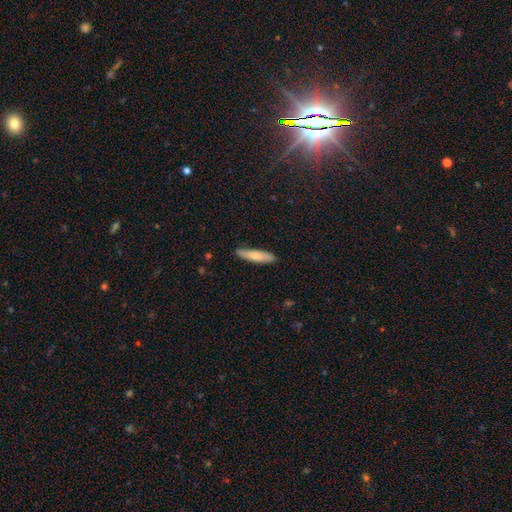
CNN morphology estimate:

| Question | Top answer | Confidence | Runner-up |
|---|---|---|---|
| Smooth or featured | smooth | 74% | featured or disk (21%) |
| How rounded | cigar-shaped | 80% | in between (18%) |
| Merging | none | 88% | minor disturbance (9%) |